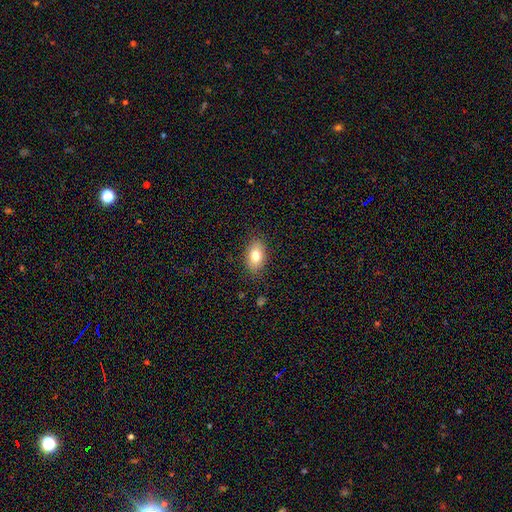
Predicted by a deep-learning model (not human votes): This is likely a smooth galaxy (76%). How rounded: clearly in between (88%). Merging: clearly none (86%).